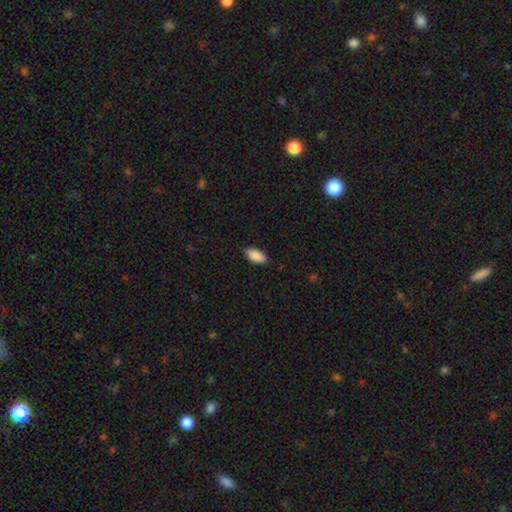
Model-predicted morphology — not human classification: Smooth or featured? smooth (90%)
How rounded? in between (92%)
Merging? none (85%)